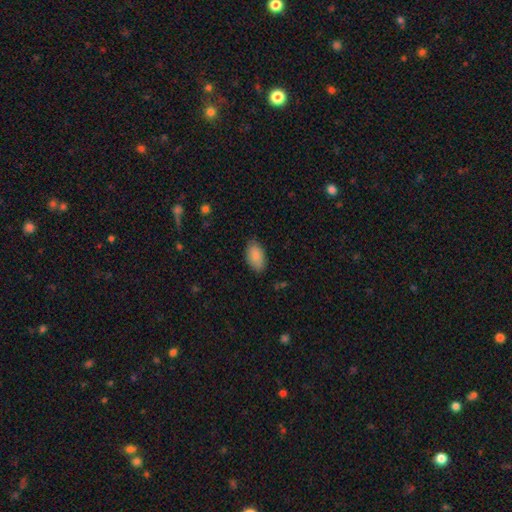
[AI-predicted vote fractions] Q: Smooth or featured?
A: smooth (88%); runner-up: star or artifact (6%)
Q: How rounded?
A: in between (94%); runner-up: round (4%)
Q: Merging?
A: none (80%); runner-up: minor disturbance (16%)